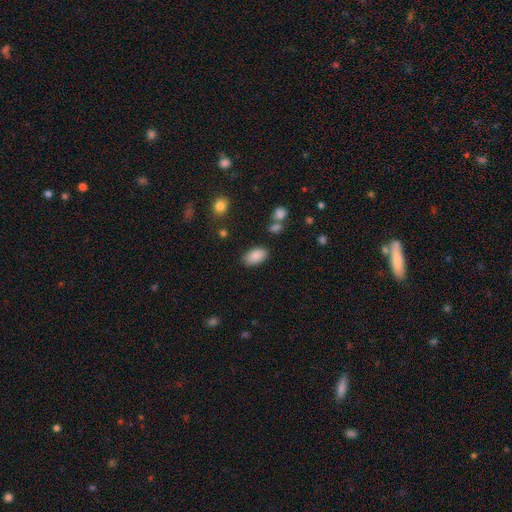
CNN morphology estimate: The model was most divided on "merging": none: 83%, minor disturbance: 11%, major disturbance: 3%, merger: 3%. More confident: how rounded — in between (93%); smooth or featured — smooth (87%).